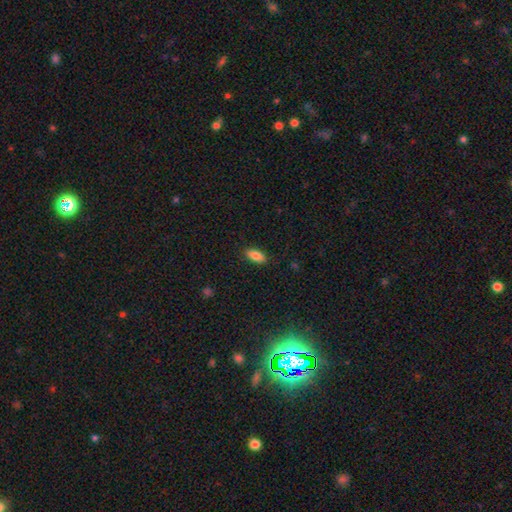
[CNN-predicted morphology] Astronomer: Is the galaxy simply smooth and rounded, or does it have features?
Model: smooth — 83%.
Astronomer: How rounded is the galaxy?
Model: in between — 82%.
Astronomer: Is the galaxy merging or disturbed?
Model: none — 87%.